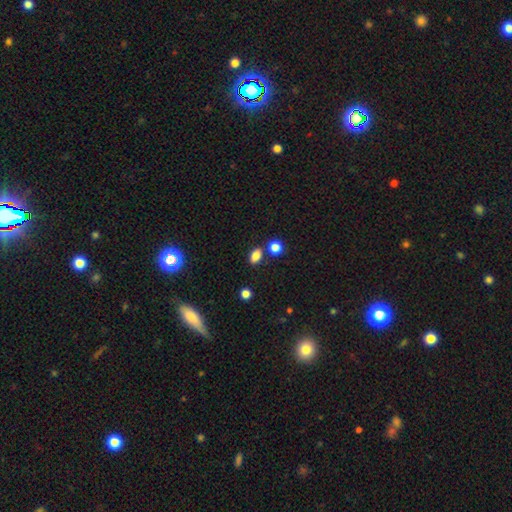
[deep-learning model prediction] Overall: smooth (83%). How rounded: in between (82%). Merging: none (74%).